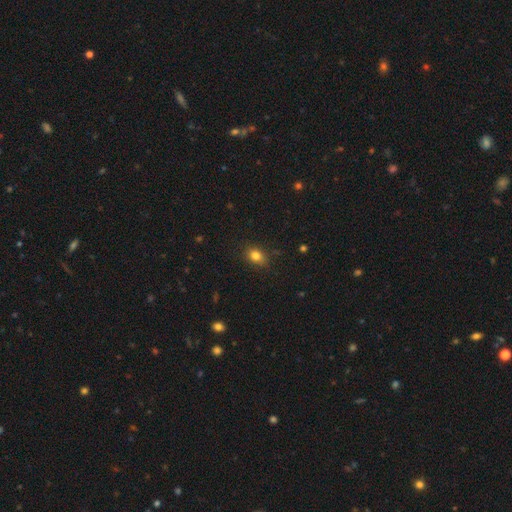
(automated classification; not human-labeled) This appears to be a smooth galaxy with no disk features (82%) that is in between round and cigar-shaped (61%). Merging: none (84%).